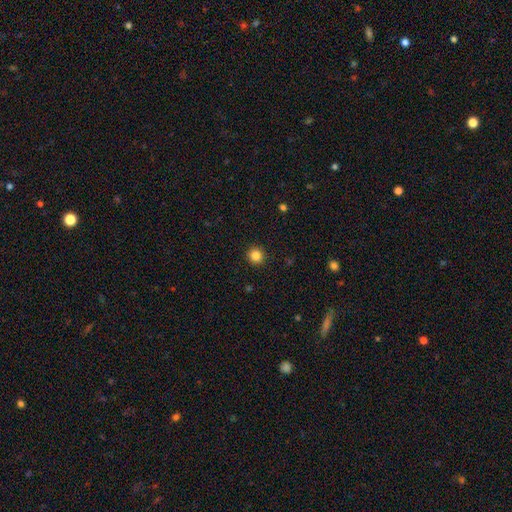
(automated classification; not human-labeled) This appears to be a smooth galaxy with no disk features (85%) that is round (94%). Merging: none (92%).